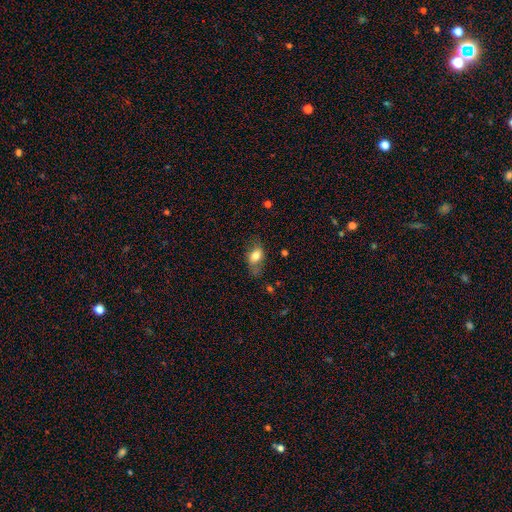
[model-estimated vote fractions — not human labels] Smooth or featured? smooth (71%)
How rounded? in between (83%)
Merging? none (57%)